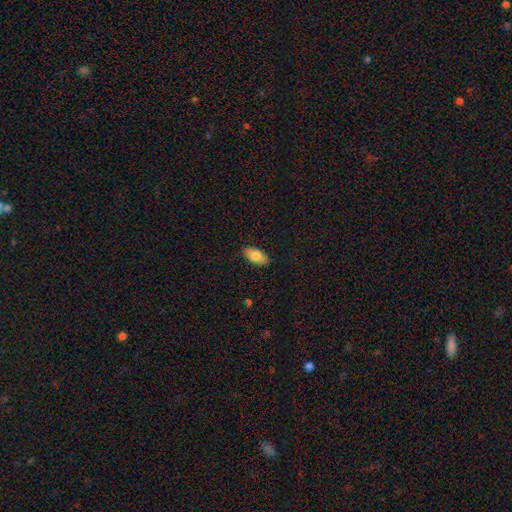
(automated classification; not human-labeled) smooth 79%, featured or disk 14%, star or artifact 7%. Down the decision tree: how rounded — in between (93%); merging — none (88%).